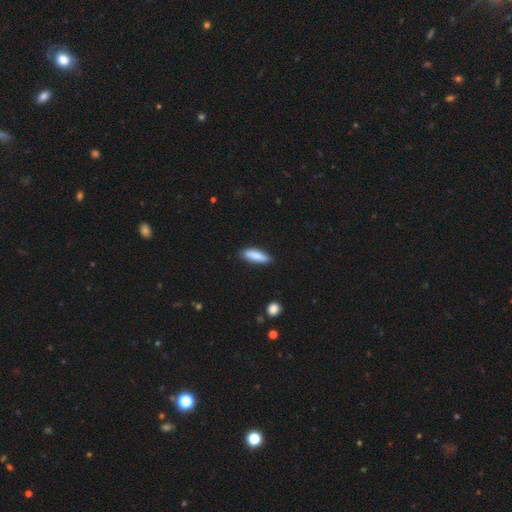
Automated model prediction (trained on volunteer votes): The model was most divided on "how rounded": cigar-shaped: 55%, in between: 43%, round: 2%. More confident: smooth or featured — smooth (85%); merging — none (83%).